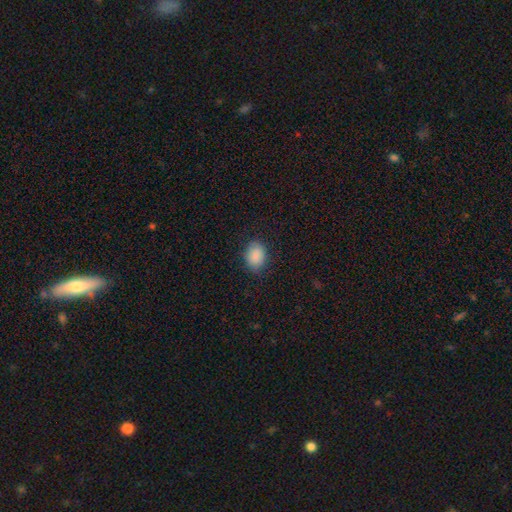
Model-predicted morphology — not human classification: A smooth galaxy with no disk features (89%) that is in between round and cigar-shaped (69%). Merging: none (81%).